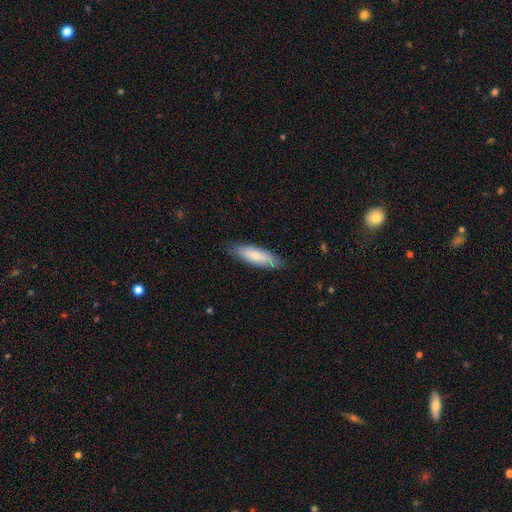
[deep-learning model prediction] A smooth galaxy with no disk features (77%) that is cigar-shaped (57%). Merging: none (85%).